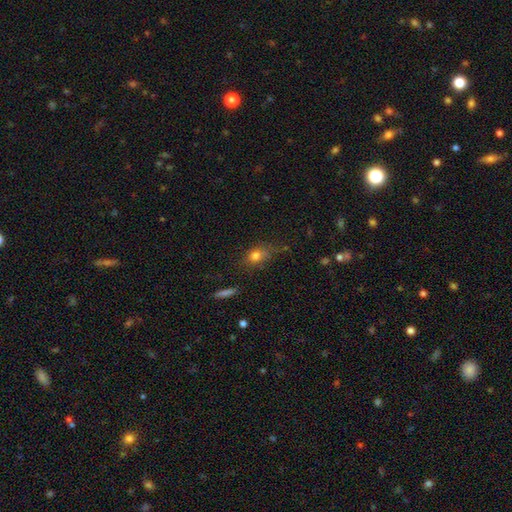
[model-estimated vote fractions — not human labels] A smooth galaxy with no disk features (77%) that is in between round and cigar-shaped (61%). Merging: none (63%).